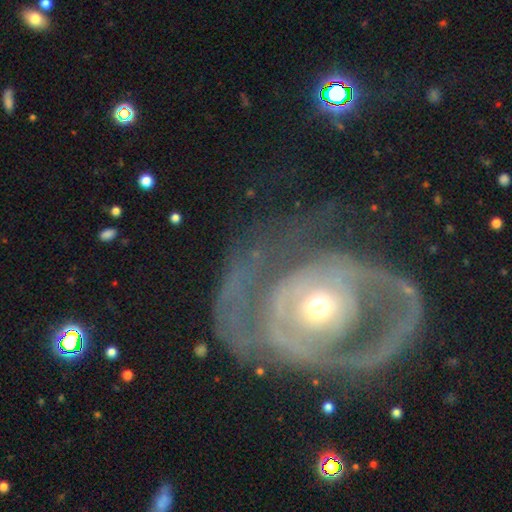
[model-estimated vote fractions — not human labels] This appears to be a featured or disk galaxy (79%) with no bar (73%), 2 (38%) tight (49%) spiral arms (66%) and a moderate central bulge (50%). Merging: none (42%).